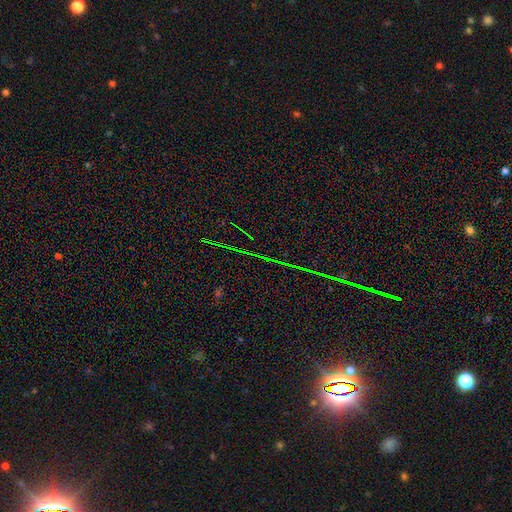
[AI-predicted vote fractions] smooth-or-featured: star or artifact: 84% | smooth: 8% | featured or disk: 8%